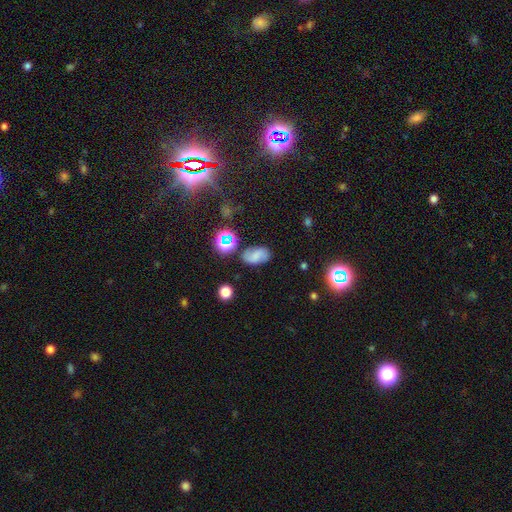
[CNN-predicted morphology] This appears to be a smooth galaxy with no disk features (54%) that is in between round and cigar-shaped (87%). Merging: none (71%).